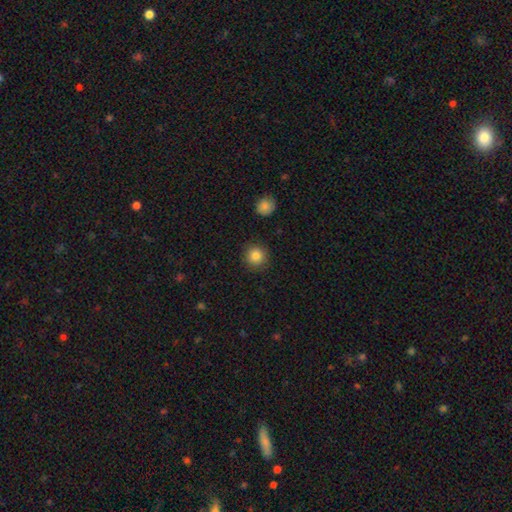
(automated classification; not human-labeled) smooth 84%, star or artifact 10%, featured or disk 6%. Down the decision tree: how rounded — round (94%); merging — none (90%).